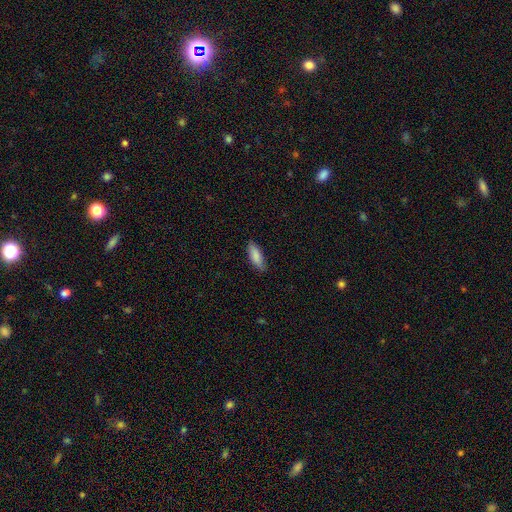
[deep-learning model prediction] smooth-or-featured: smooth: 87% | featured or disk: 7% | star or artifact: 6%
  how-rounded: in between: 70% | cigar-shaped: 29% | round: 2%
  merging: none: 84% | minor disturbance: 12% | major disturbance: 2% | merger: 1%